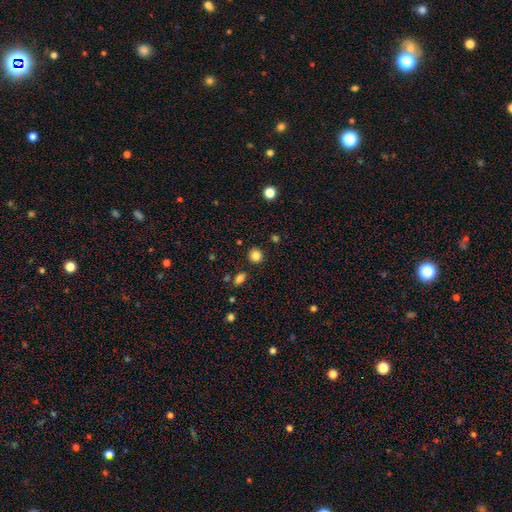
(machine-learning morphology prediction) A smooth galaxy with no disk features (84%) that is round (89%). Merging: none (88%).